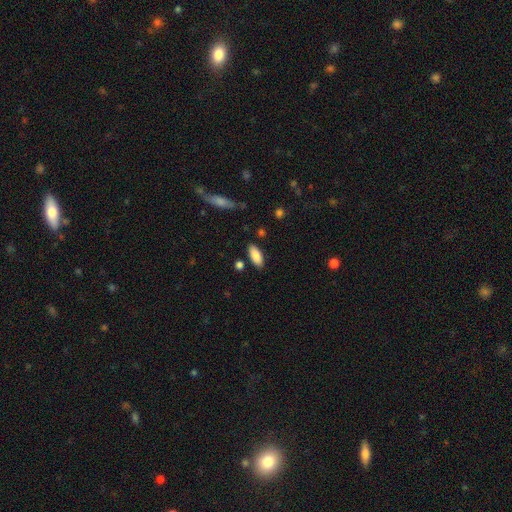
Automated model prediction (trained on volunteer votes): smooth-or-featured: smooth: 88% | star or artifact: 6% | featured or disk: 6%
  how-rounded: in between: 84% | cigar-shaped: 14% | round: 2%
  merging: none: 84% | minor disturbance: 11% | merger: 3% | major disturbance: 2%